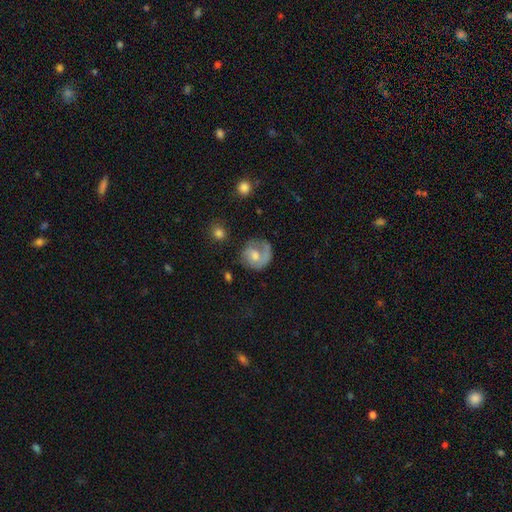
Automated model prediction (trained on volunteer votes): A featured or disk galaxy (47%). Merging: none (48%).